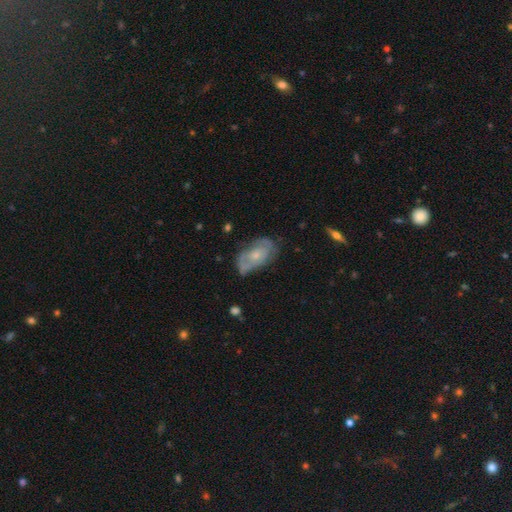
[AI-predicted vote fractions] A featured or disk galaxy (61%) with no bar (79%), spiral arms (64%) and a small central bulge (56%).

Vote fractions:
- Smooth or featured? featured or disk: 61% / smooth: 32% / star or artifact: 7%
- Edge-on disk? no: 93% / yes: 7%
- Bar? no: 79% / weak: 18% / strong: 3%
- Spiral arms? yes: 64% / no: 36%
- Bulge size? small: 56% / moderate: 37% / none: 3% / large: 2% / dominant: 1%
- Merging? none: 59% / minor disturbance: 28% / major disturbance: 11% / merger: 2%